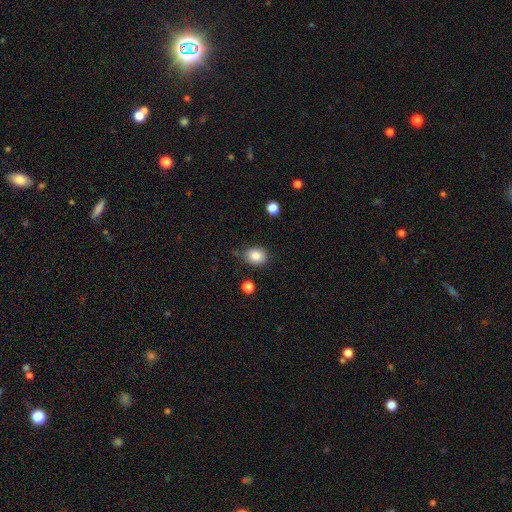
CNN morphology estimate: smooth_or_featured: smooth (p=0.85) [alt: star or artifact p=0.09]
how_rounded: round (p=0.59) [alt: in between p=0.40]
merging: none (p=0.67) [alt: minor disturbance p=0.23]